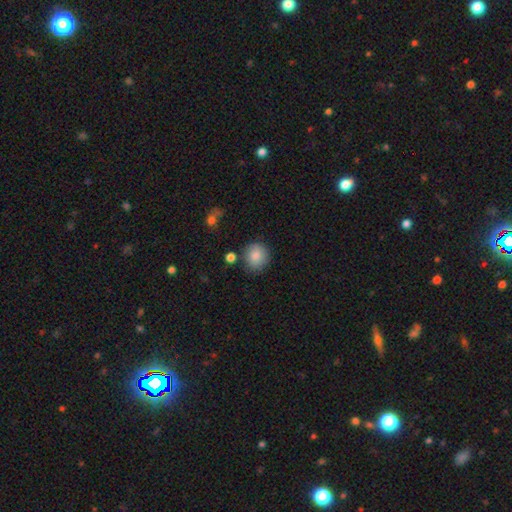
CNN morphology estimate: Smooth or featured?
  - smooth: 85% *
  - star or artifact: 9%
  - featured or disk: 6%
How rounded?
  - round: 82% *
  - in between: 17%
  - cigar-shaped: 1%
Merging?
  - none: 80% *
  - minor disturbance: 12%
  - merger: 5%
  - major disturbance: 3%